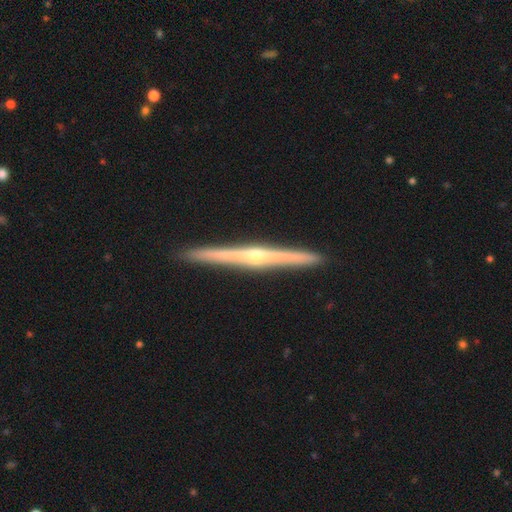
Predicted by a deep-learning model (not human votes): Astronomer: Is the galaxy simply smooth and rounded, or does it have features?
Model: featured or disk — 85%.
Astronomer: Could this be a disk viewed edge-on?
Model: yes — 98%.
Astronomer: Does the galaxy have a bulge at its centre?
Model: rounded — 82%.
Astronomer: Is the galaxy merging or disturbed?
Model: none — 93%.